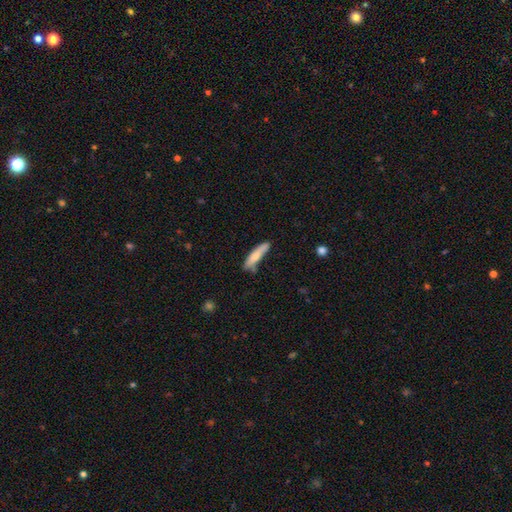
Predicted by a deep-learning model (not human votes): smooth-or-featured: smooth: 72% | featured or disk: 22% | star or artifact: 6%
  how-rounded: cigar-shaped: 79% | in between: 19% | round: 2%
  merging: none: 61% | minor disturbance: 26% | major disturbance: 6% | merger: 6%